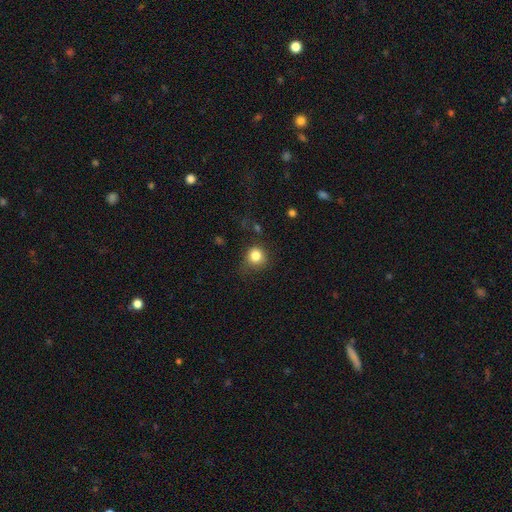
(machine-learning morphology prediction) smooth 83%, star or artifact 11%, featured or disk 6%. Down the decision tree: how rounded — round (87%); merging — none (73%).